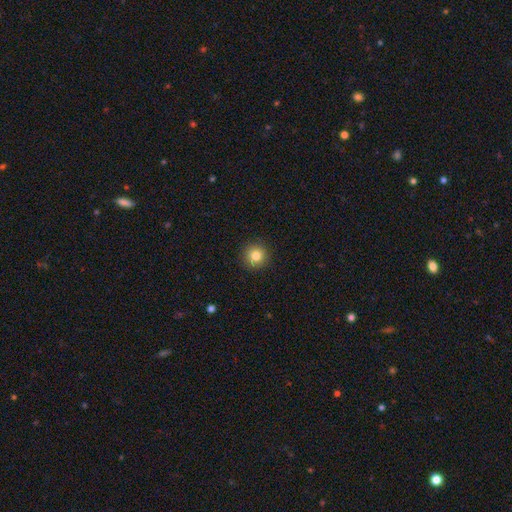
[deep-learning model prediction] smooth-or-featured: smooth: 83% | star or artifact: 11% | featured or disk: 6%
  how-rounded: round: 95% | in between: 4% | cigar-shaped: 1%
  merging: none: 91% | minor disturbance: 6% | major disturbance: 2% | merger: 1%